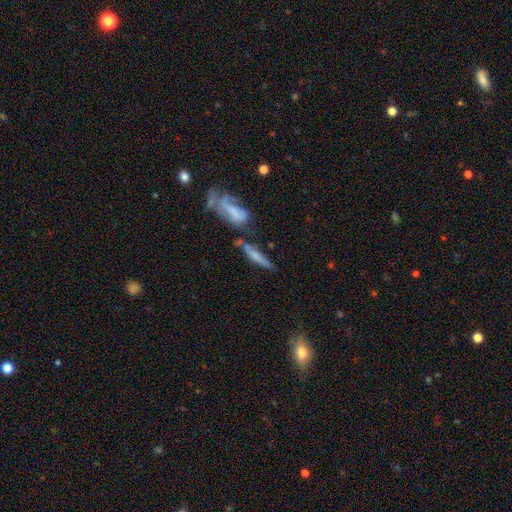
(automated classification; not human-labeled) Morphology: type=smooth (55%); roundness=cigar-shaped (79%); merging=none (46%).